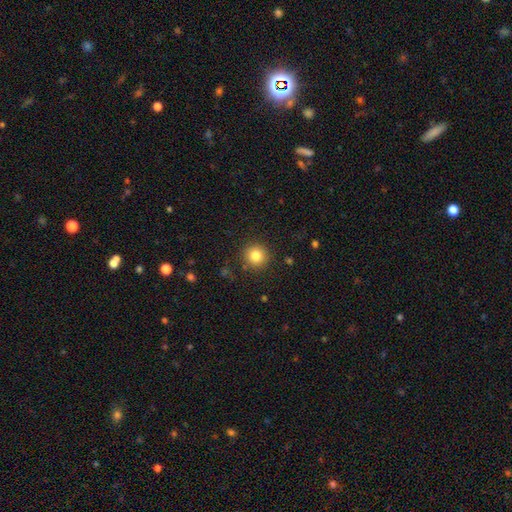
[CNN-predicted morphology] A smooth galaxy with no disk features (81%) that is round (94%).

Vote fractions:
- Smooth or featured? smooth: 81% / star or artifact: 11% / featured or disk: 7%
- How rounded? round: 94% / in between: 5% / cigar-shaped: 1%
- Merging? none: 89% / minor disturbance: 7% / major disturbance: 3% / merger: 1%